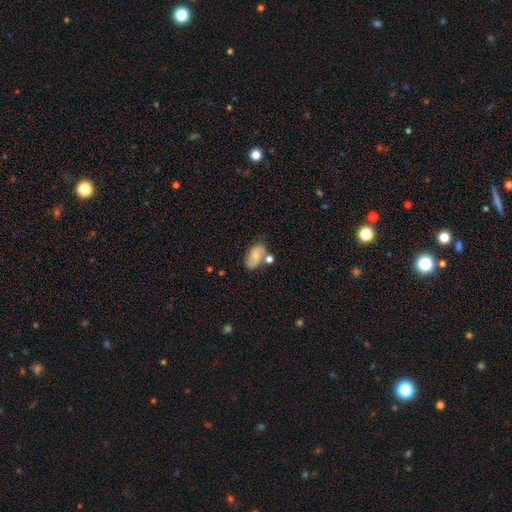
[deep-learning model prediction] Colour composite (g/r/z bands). It shows a featured or disk galaxy (50%). Merging: none (52%).